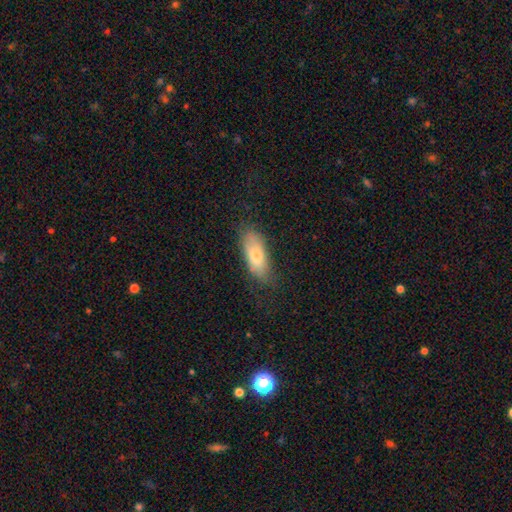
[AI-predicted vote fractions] Smooth or featured: smooth — 76% (featured or disk — 17%)
How rounded: in between — 78% (cigar-shaped — 20%)
Merging: none — 72% (minor disturbance — 20%)